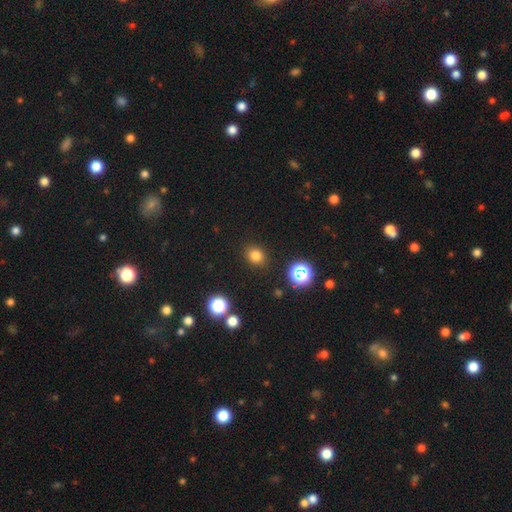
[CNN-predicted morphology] A smooth galaxy with no disk features (78%) that is round (64%). Merging: none (88%).